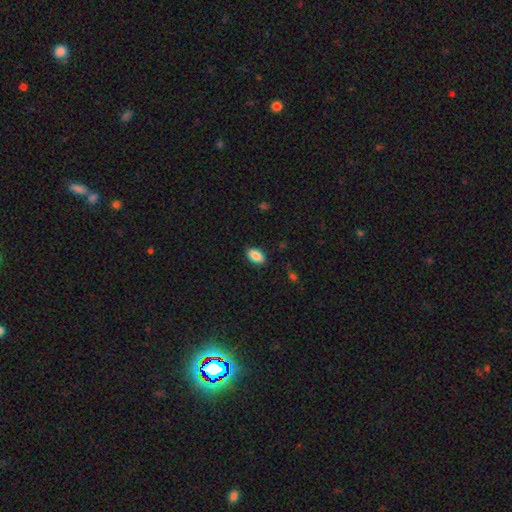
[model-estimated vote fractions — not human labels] Smooth or featured?
  - smooth: 88% *
  - star or artifact: 7%
  - featured or disk: 5%
How rounded?
  - in between: 92% *
  - round: 6%
  - cigar-shaped: 2%
Merging?
  - none: 88% *
  - minor disturbance: 9%
  - major disturbance: 2%
  - merger: 1%